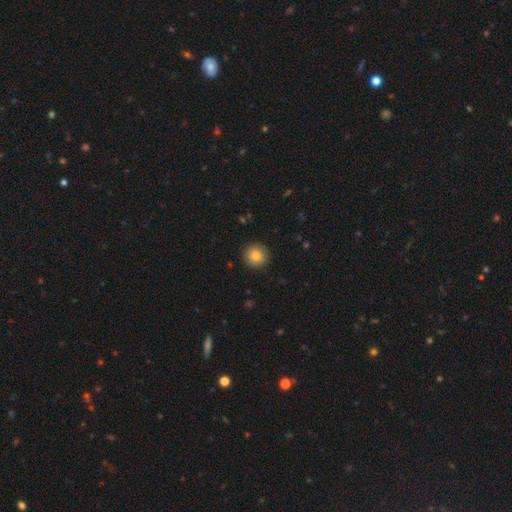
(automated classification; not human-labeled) Smooth or featured?
  - smooth: 81% *
  - star or artifact: 10%
  - featured or disk: 9%
How rounded?
  - round: 94% *
  - in between: 5%
  - cigar-shaped: 1%
Merging?
  - none: 91% *
  - minor disturbance: 6%
  - major disturbance: 2%
  - merger: 1%